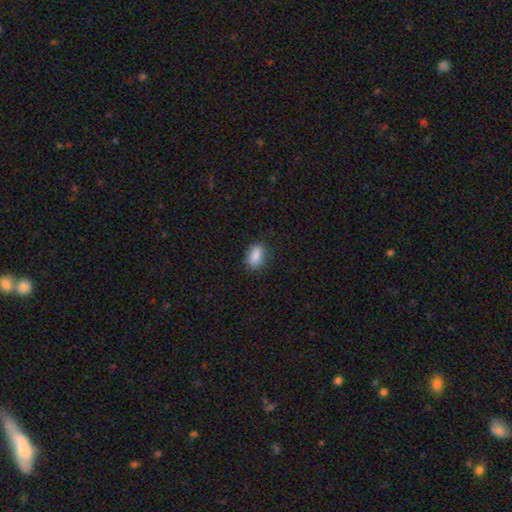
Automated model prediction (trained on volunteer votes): Smooth or featured?
  - smooth: 87% *
  - star or artifact: 8%
  - featured or disk: 5%
How rounded?
  - in between: 85% *
  - round: 12%
  - cigar-shaped: 3%
Merging?
  - none: 82% *
  - minor disturbance: 14%
  - major disturbance: 3%
  - merger: 1%